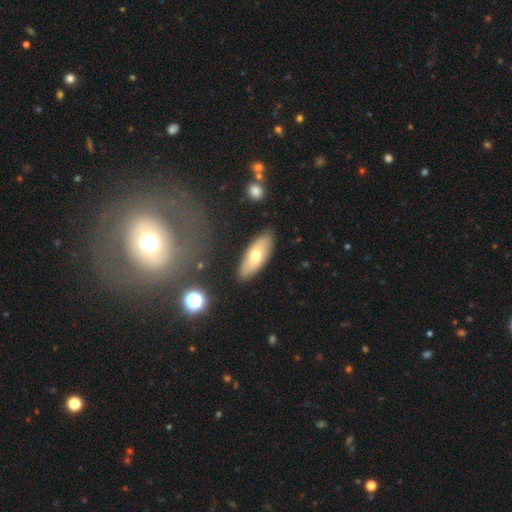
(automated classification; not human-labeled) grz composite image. It shows a smooth galaxy with no disk features (60%) that is in between round and cigar-shaped (77%). Merging: none (86%).